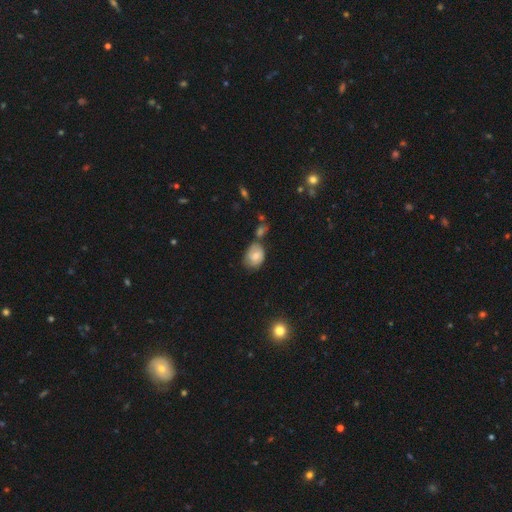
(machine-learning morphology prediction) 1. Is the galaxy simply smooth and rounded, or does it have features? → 70% smooth, 21% featured or disk, 8% star or artifact.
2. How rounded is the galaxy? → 63% in between, 35% round, 1% cigar-shaped.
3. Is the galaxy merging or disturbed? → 45% none, 26% minor disturbance, 20% merger, 9% major disturbance.